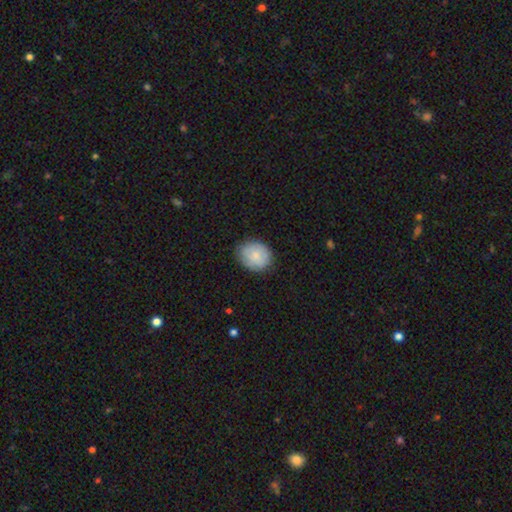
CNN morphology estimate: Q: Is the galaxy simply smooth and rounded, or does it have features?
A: smooth — 75%.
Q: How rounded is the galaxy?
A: round — 67%.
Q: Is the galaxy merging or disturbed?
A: none — 80%.